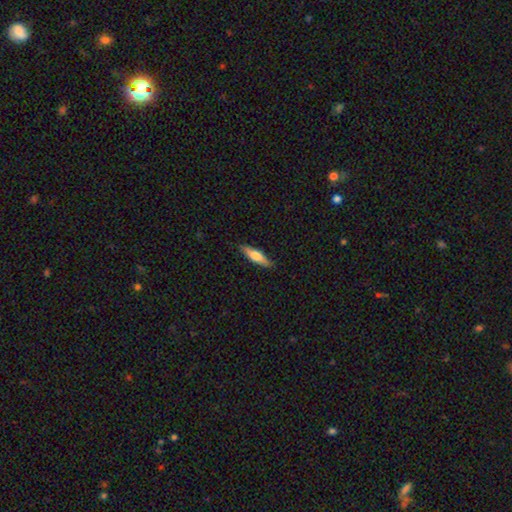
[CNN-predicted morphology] This is possibly a smooth galaxy (58%). How rounded: likely cigar-shaped (69%). Merging: clearly none (87%).